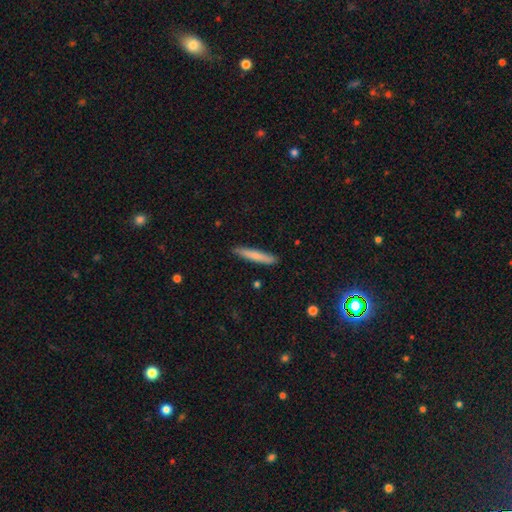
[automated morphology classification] Smooth or featured?
  - smooth: 74% *
  - featured or disk: 20%
  - star or artifact: 6%
How rounded?
  - cigar-shaped: 93% *
  - in between: 6%
  - round: 1%
Merging?
  - none: 87% *
  - minor disturbance: 10%
  - major disturbance: 2%
  - merger: 1%